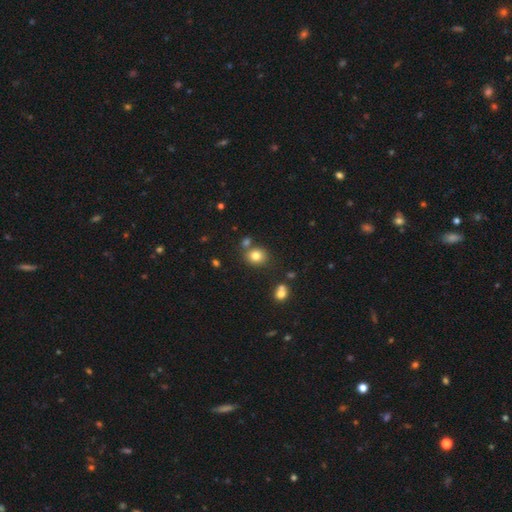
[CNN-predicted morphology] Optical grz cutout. It shows a smooth galaxy with no disk features (79%) that is round (74%). Merging: none (72%).